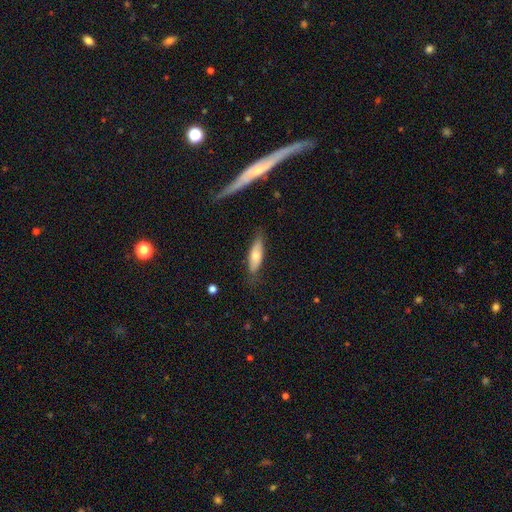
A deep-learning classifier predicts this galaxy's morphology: This appears to be a smooth galaxy with no disk features (65%) that is in between round and cigar-shaped (57%). Merging: none (76%).